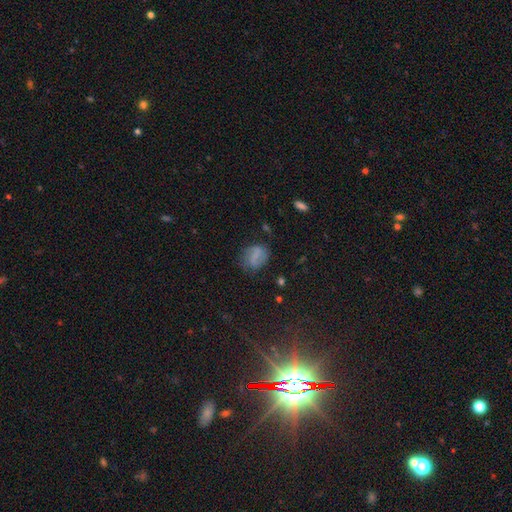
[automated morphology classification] smooth-or-featured: smooth: 59% | featured or disk: 28% | star or artifact: 12%
  how-rounded: in between: 59% | round: 38% | cigar-shaped: 3%
  merging: none: 65% | minor disturbance: 23% | major disturbance: 10% | merger: 2%